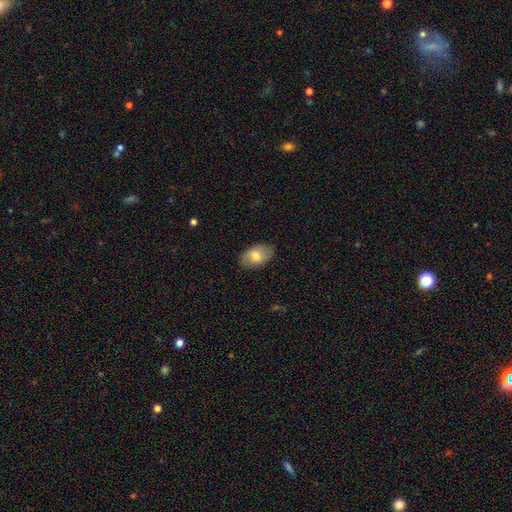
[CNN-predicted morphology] smooth 75%, featured or disk 18%, star or artifact 7%. Down the decision tree: how rounded — in between (92%); merging — none (85%).